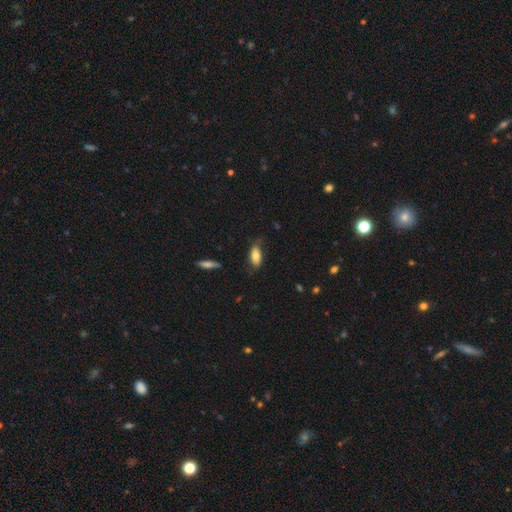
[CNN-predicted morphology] A smooth galaxy with no disk features (76%) that is in between round and cigar-shaped (87%). Merging: none (67%).